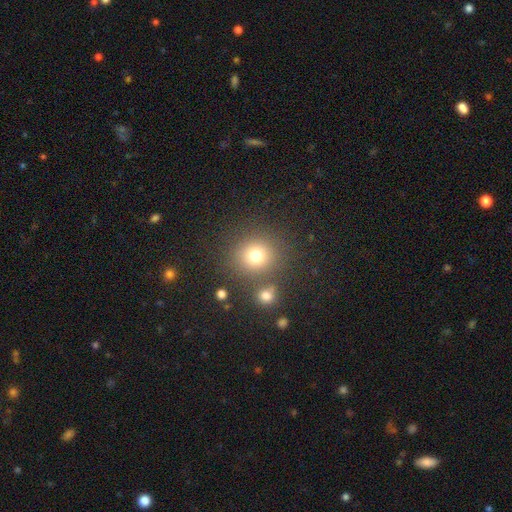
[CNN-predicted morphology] type=smooth (75%); roundness=round (88%); merging=none (76%).